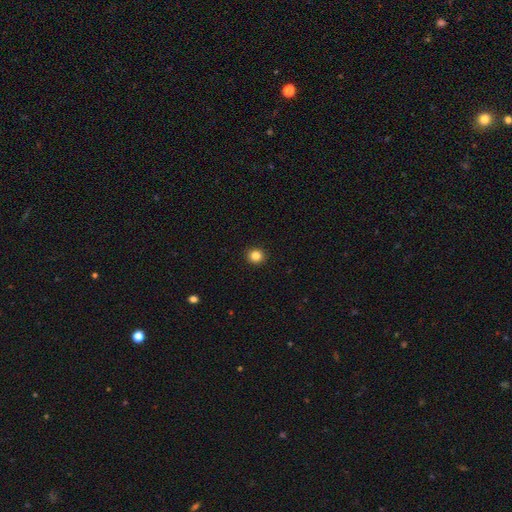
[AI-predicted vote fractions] Smooth or featured?
  - smooth: 84% *
  - star or artifact: 11%
  - featured or disk: 5%
How rounded?
  - round: 91% *
  - in between: 8%
  - cigar-shaped: 1%
Merging?
  - none: 93% *
  - minor disturbance: 4%
  - major disturbance: 1%
  - merger: 1%